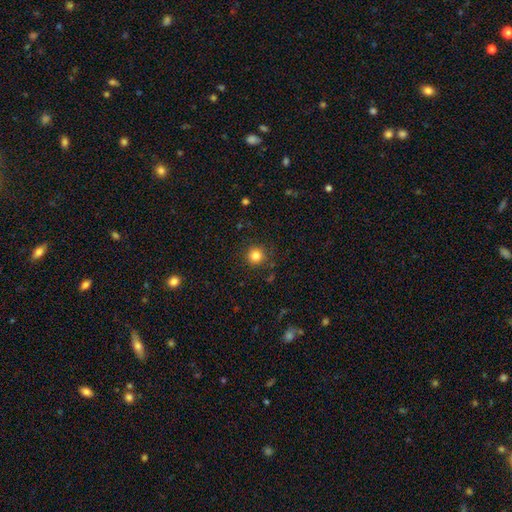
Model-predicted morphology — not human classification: This is clearly a smooth galaxy (83%). How rounded: clearly round (95%). Merging: clearly none (89%).